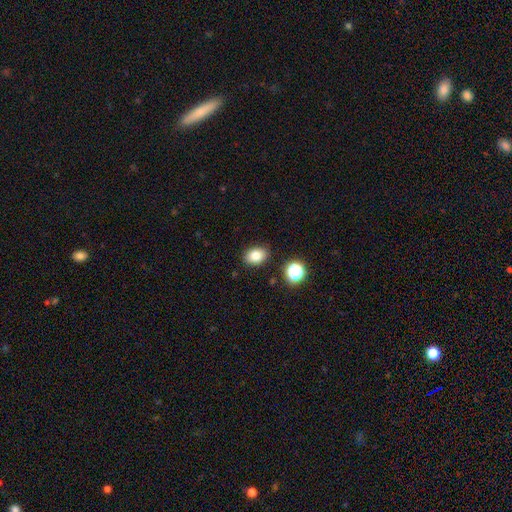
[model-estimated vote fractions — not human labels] Q: Smooth or featured?
A: smooth (81%); runner-up: star or artifact (11%)
Q: How rounded?
A: in between (70%); runner-up: round (29%)
Q: Merging?
A: none (86%); runner-up: minor disturbance (9%)